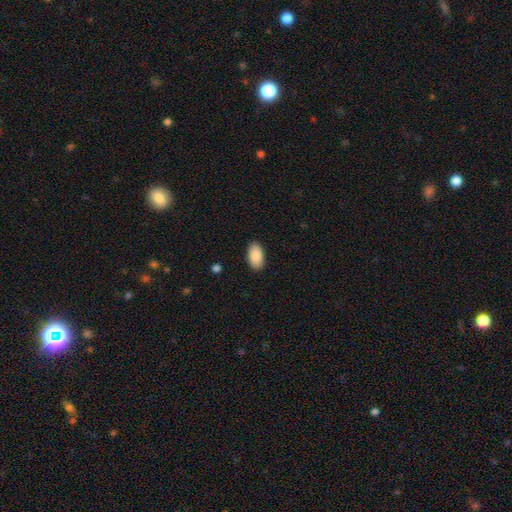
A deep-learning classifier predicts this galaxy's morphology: Q: Smooth or featured?
A: smooth (89%); runner-up: star or artifact (6%)
Q: How rounded?
A: in between (95%); runner-up: round (3%)
Q: Merging?
A: none (89%); runner-up: minor disturbance (8%)